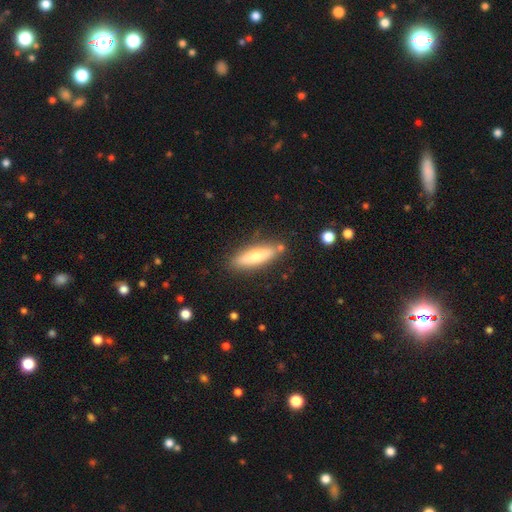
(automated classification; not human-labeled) Smooth or featured?
  - smooth: 59% *
  - featured or disk: 35%
  - star or artifact: 6%
How rounded?
  - cigar-shaped: 66% *
  - in between: 32%
  - round: 2%
Merging?
  - none: 81% *
  - minor disturbance: 12%
  - merger: 4%
  - major disturbance: 3%